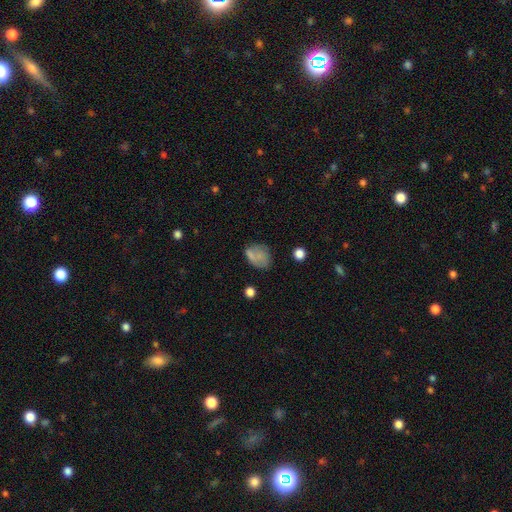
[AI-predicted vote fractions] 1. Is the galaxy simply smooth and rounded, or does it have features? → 70% smooth, 19% featured or disk, 11% star or artifact.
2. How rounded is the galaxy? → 62% in between, 36% round, 1% cigar-shaped.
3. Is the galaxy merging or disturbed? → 49% none, 27% minor disturbance, 15% major disturbance, 9% merger.